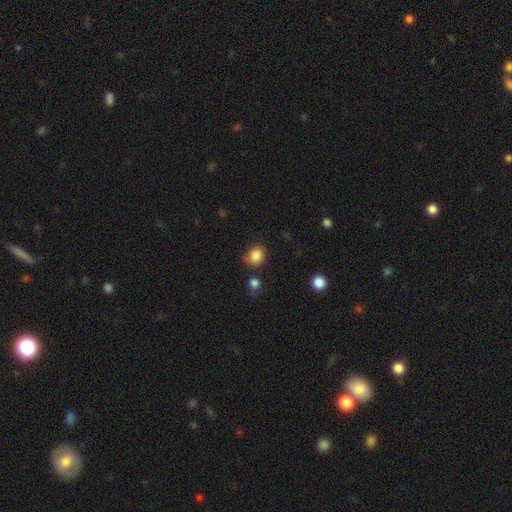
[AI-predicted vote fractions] The model was most divided on "how rounded": round: 69%, in between: 30%, cigar-shaped: 1%. More confident: smooth or featured — smooth (85%); merging — none (67%).